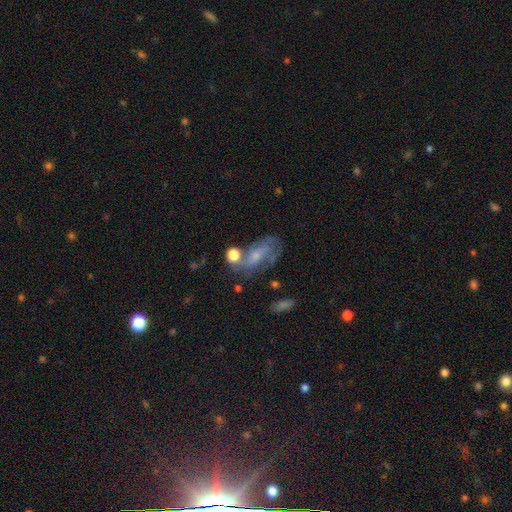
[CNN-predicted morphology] smooth_or_featured: featured or disk (p=0.57) [alt: smooth p=0.32]
disk_edge_on: no (p=0.91) [alt: yes p=0.09]
bar: no (p=0.60) [alt: weak p=0.31]
has_spiral_arms: yes (p=0.70) [alt: no p=0.30]
bulge_size: small (p=0.62) [alt: moderate p=0.25]
merging: none (p=0.48) [alt: minor disturbance p=0.22]